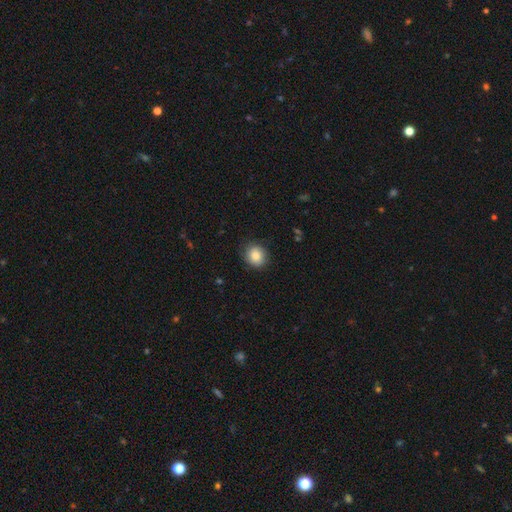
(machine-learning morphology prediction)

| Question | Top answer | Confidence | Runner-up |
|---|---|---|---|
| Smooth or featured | smooth | 85% | star or artifact (8%) |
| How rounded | round | 78% | in between (21%) |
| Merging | none | 82% | minor disturbance (13%) |